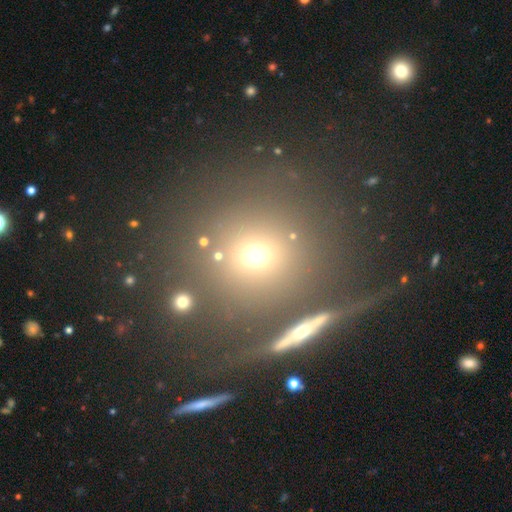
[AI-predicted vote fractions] Morphology: type=smooth (58%); roundness=round (89%); merging=none (72%).